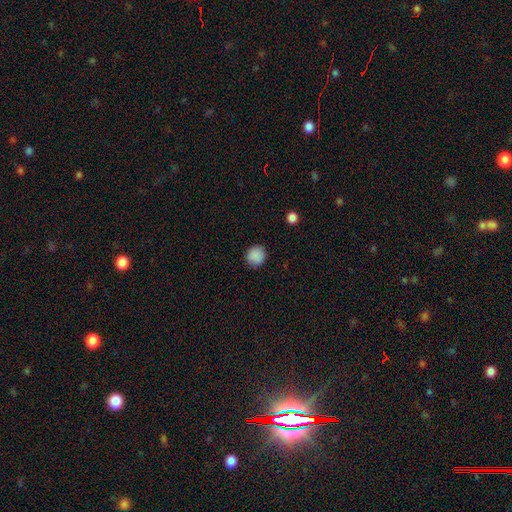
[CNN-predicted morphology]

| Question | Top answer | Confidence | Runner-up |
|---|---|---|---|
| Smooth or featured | smooth | 88% | star or artifact (9%) |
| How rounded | round | 91% | in between (8%) |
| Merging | none | 89% | minor disturbance (8%) |